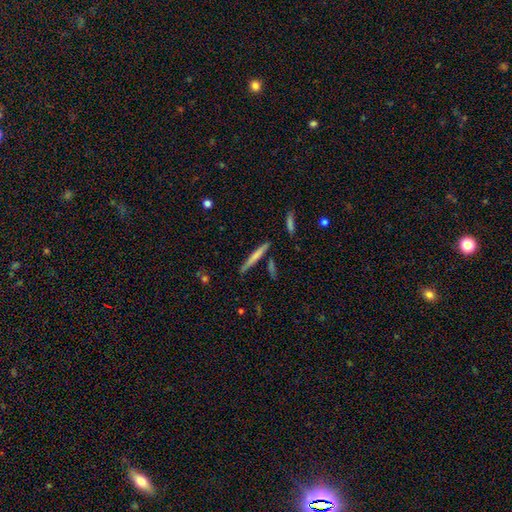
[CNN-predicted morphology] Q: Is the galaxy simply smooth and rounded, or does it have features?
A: smooth — 59%.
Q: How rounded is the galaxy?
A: cigar-shaped — 95%.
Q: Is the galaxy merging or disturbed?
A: none — 84%.